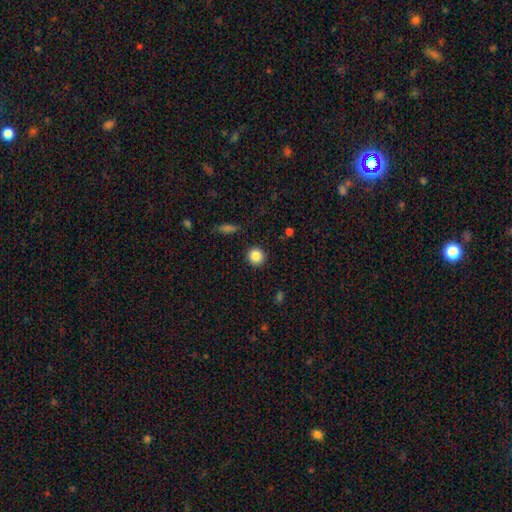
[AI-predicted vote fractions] Smooth or featured? Predicted: smooth (p=0.86). How rounded? Predicted: round (p=0.93). Merging? Predicted: none (p=0.91).